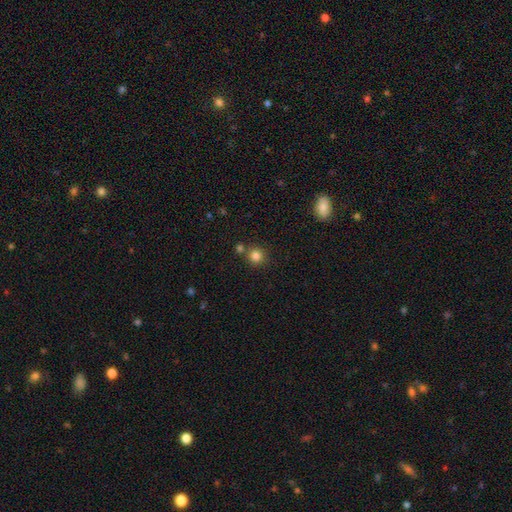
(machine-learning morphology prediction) Overall: smooth (82%). How rounded: round (92%). Merging: none (75%).